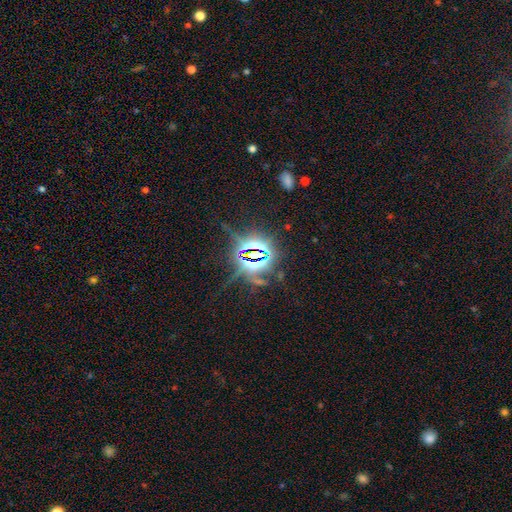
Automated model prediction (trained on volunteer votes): The model was most divided on "smooth or featured": star or artifact: 82%, featured or disk: 10%, smooth: 9%.